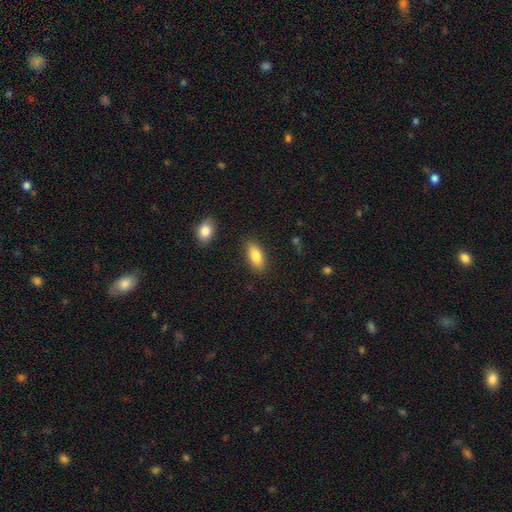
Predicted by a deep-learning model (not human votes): This appears to be a smooth galaxy with no disk features (81%) that is in between round and cigar-shaped (86%). Merging: none (86%).